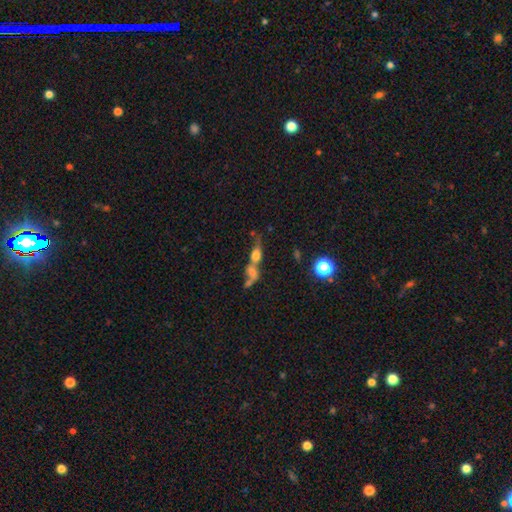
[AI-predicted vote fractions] This is possibly a smooth galaxy (53%). How rounded: possibly in between (53%). Merging: likely merger (69%).